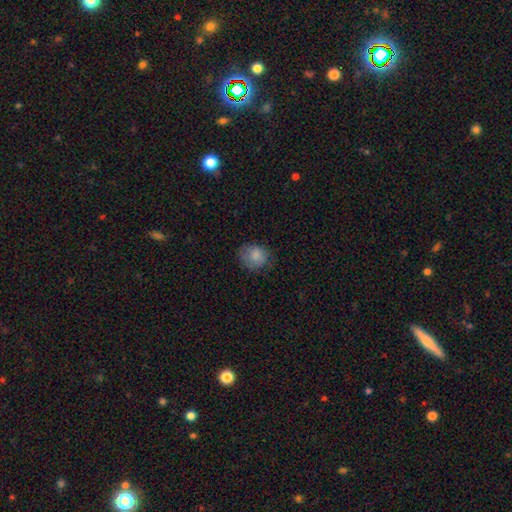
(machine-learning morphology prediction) A smooth galaxy with no disk features (83%) that is round (69%).

Vote fractions:
- Smooth or featured? smooth: 83% / star or artifact: 9% / featured or disk: 8%
- How rounded? round: 69% / in between: 30% / cigar-shaped: 1%
- Merging? none: 70% / minor disturbance: 22% / major disturbance: 7% / merger: 1%